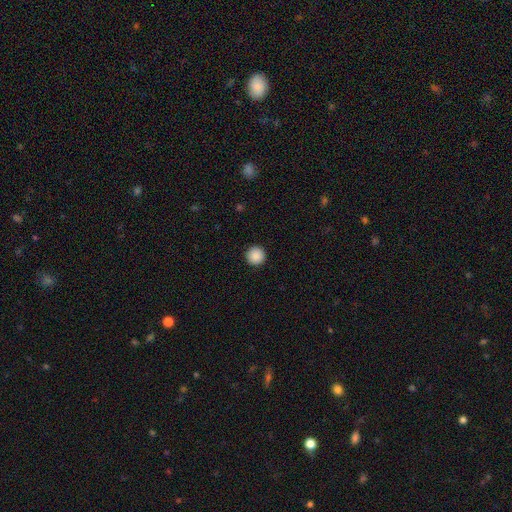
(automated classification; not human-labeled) A smooth galaxy with no disk features (89%) that is round (97%). Merging: none (93%).